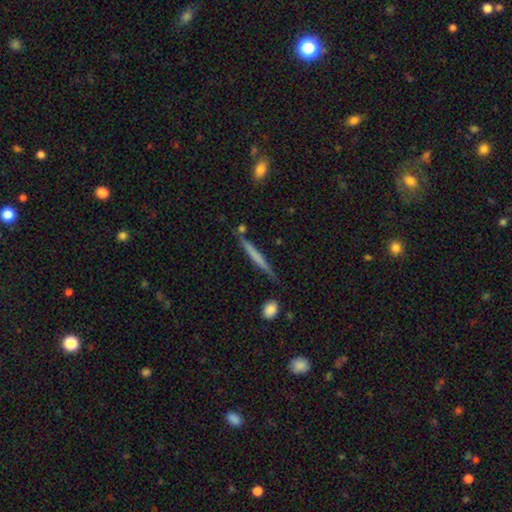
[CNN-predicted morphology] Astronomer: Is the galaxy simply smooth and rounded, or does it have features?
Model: smooth — 55% (runner-up: featured or disk, 39%).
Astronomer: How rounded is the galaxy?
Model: cigar-shaped — 96%.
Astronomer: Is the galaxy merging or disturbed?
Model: none — 80%.